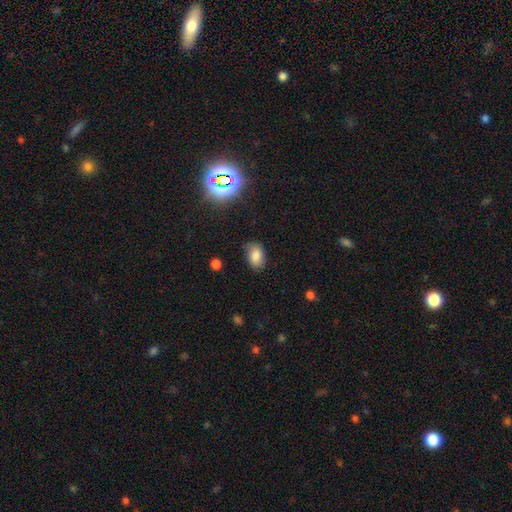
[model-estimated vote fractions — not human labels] The model was most divided on "merging": none: 79%, minor disturbance: 16%, major disturbance: 4%, merger: 2%. More confident: how rounded — in between (83%); smooth or featured — smooth (80%).